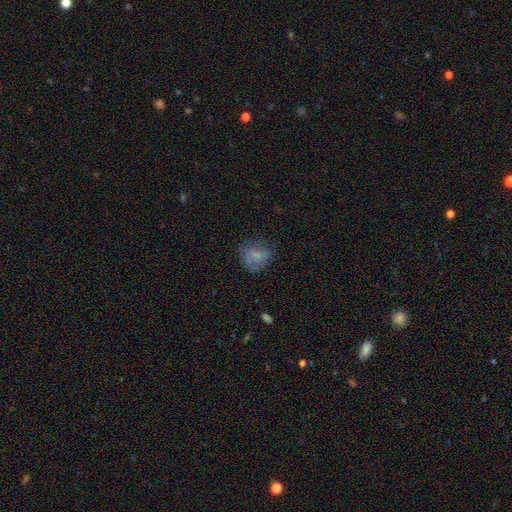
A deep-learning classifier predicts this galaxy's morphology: Smooth or featured? Predicted: smooth (p=0.64). How rounded? Predicted: round (p=0.64). Merging? Predicted: none (p=0.59).